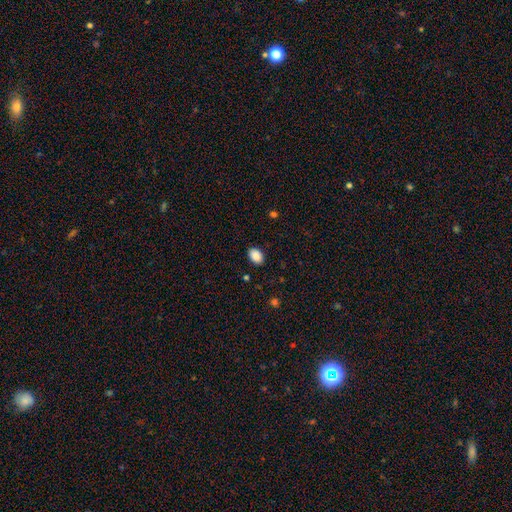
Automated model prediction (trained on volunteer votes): Smooth or featured? smooth (90%)
How rounded? in between (84%)
Merging? none (88%)